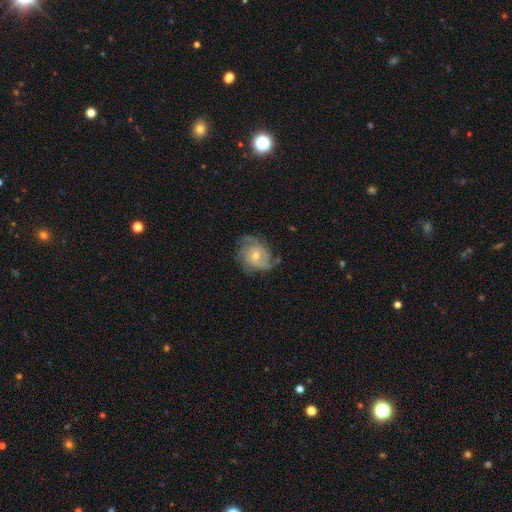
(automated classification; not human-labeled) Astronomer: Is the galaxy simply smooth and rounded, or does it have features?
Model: featured or disk — 83%.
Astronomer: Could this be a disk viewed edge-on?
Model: no — 97%.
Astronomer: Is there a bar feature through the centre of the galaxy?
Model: no — 73%.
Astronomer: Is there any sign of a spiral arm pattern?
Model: yes — 96%.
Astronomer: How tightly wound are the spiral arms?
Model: tight — 54% (runner-up: medium, 36%).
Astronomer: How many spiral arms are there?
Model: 3 — 36% (runner-up: can't tell, 20%).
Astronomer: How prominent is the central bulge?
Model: moderate — 50% (runner-up: small, 46%).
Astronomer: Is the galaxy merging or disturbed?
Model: none — 72%.